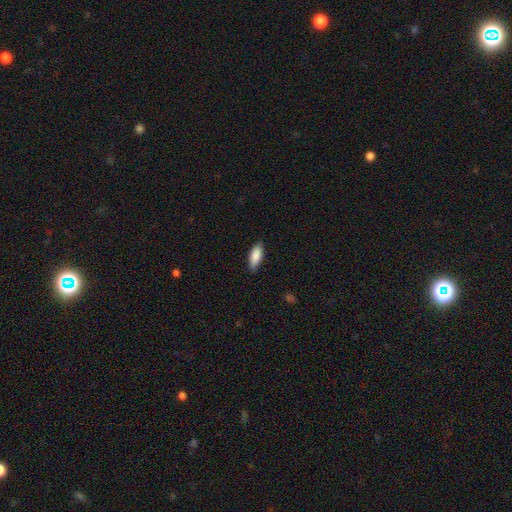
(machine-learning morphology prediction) type=smooth (86%); roundness=in between (76%); merging=none (85%).